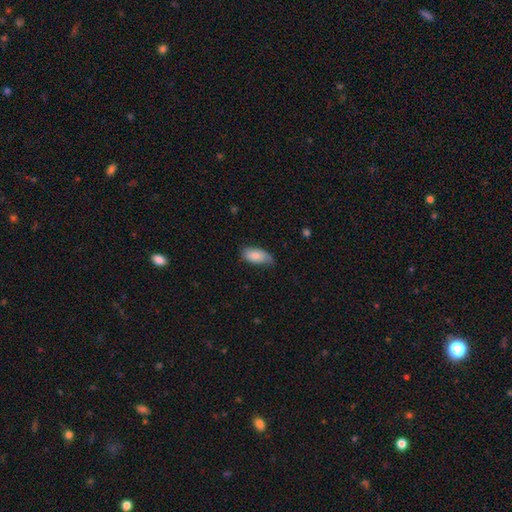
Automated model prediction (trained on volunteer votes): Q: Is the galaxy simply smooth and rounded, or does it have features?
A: smooth — 81%.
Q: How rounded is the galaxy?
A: in between — 93%.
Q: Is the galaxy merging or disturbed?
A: none — 57%.